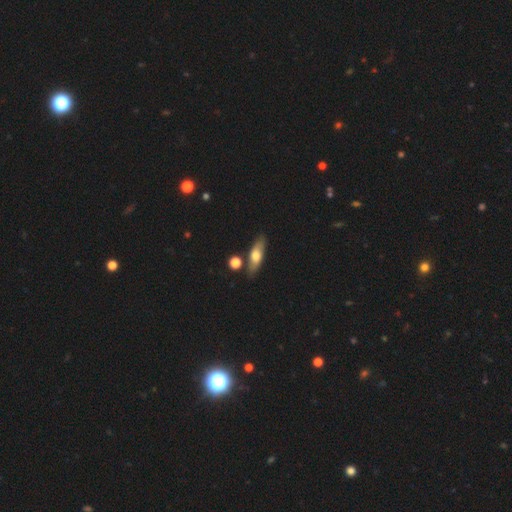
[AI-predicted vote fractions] smooth-or-featured: smooth: 58% | featured or disk: 36% | star or artifact: 7%
  how-rounded: in between: 53% | cigar-shaped: 42% | round: 5%
  merging: none: 79% | minor disturbance: 11% | merger: 7% | major disturbance: 3%